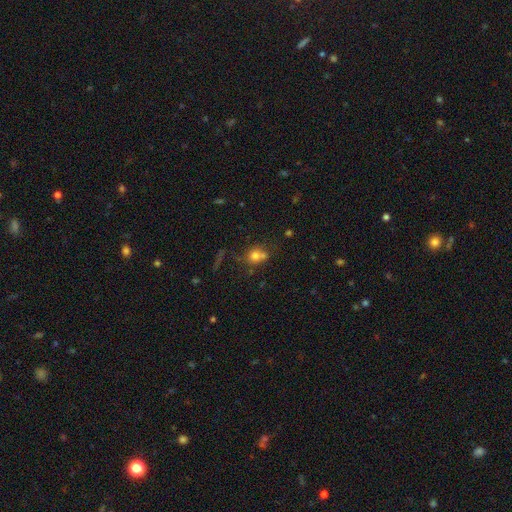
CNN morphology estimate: smooth_or_featured: smooth (p=0.72) [alt: star or artifact p=0.14]
how_rounded: round (p=0.67) [alt: in between p=0.32]
merging: none (p=0.45) [alt: merger p=0.30]